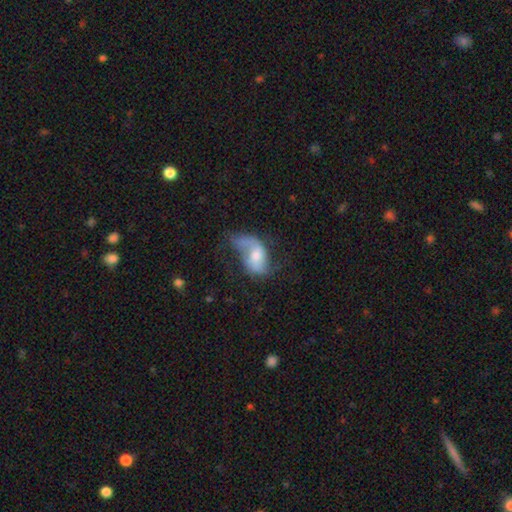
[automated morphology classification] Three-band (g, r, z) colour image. It shows a featured or disk galaxy (62%) with no bar (48%), spiral arms (82%) and a moderate central bulge (54%). Merging: none (37%).